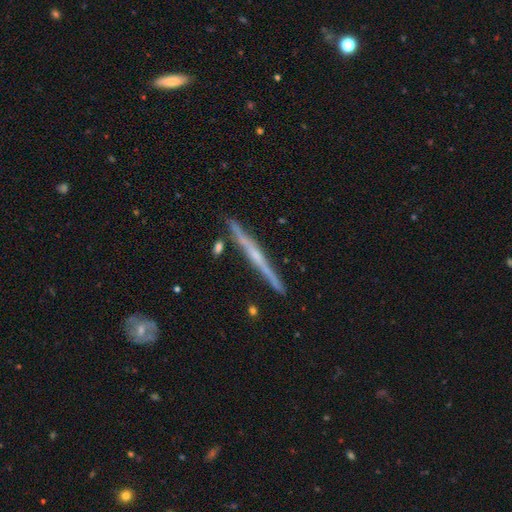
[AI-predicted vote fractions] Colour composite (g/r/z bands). It shows a featured or disk galaxy (79%) viewed edge-on (98%) with a rounded central bulge (54%). Merging: none (90%).